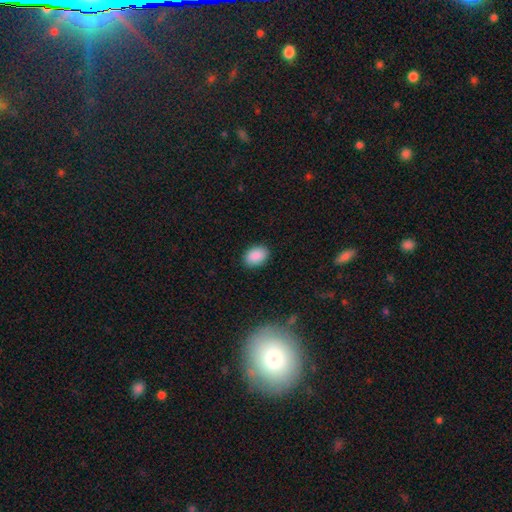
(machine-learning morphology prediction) Overall: smooth (90%). How rounded: in between (82%). Merging: none (88%).